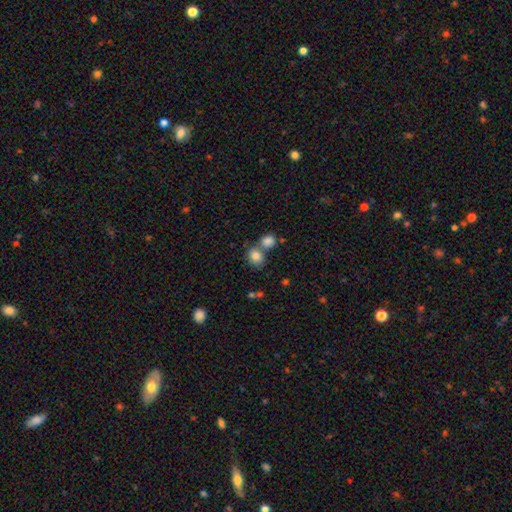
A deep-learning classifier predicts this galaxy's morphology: Smooth or featured?
  - smooth: 83% *
  - star or artifact: 10%
  - featured or disk: 7%
How rounded?
  - round: 59% *
  - in between: 40%
  - cigar-shaped: 1%
Merging?
  - none: 50% *
  - merger: 36%
  - minor disturbance: 10%
  - major disturbance: 4%